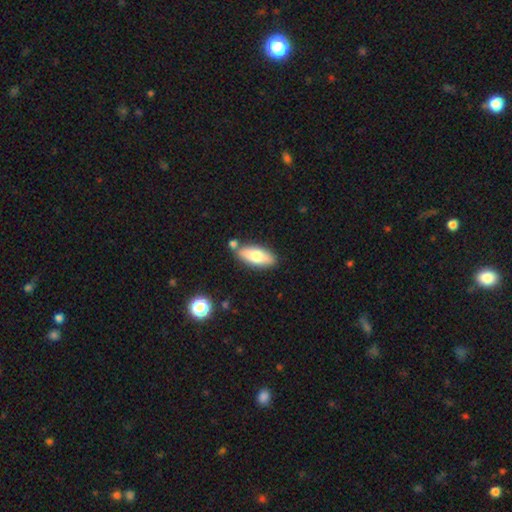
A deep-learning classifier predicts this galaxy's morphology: The model was most divided on "smooth or featured": smooth: 73%, featured or disk: 20%, star or artifact: 6%. More confident: how rounded — in between (78%); merging — none (77%).